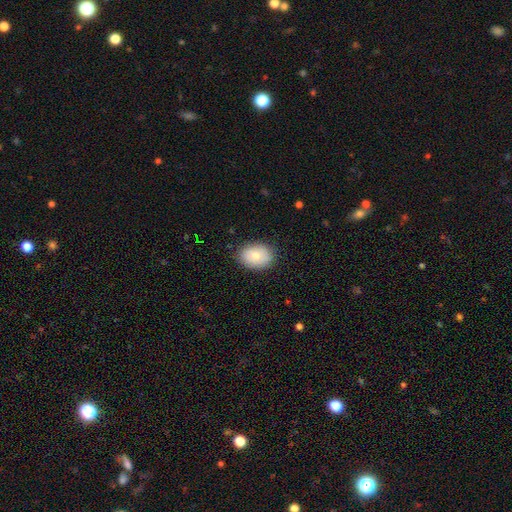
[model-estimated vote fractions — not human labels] smooth_or_featured: smooth (p=0.81) [alt: featured or disk p=0.12]
how_rounded: in between (p=0.73) [alt: round p=0.26]
merging: none (p=0.85) [alt: minor disturbance p=0.12]